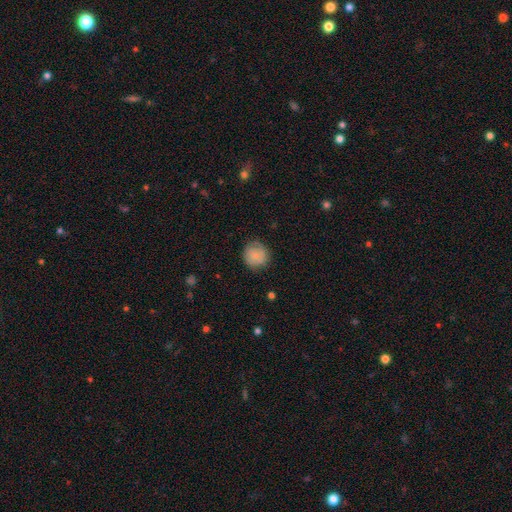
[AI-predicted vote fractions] smooth 80%, featured or disk 12%, star or artifact 8%. Down the decision tree: how rounded — round (90%); merging — none (78%).